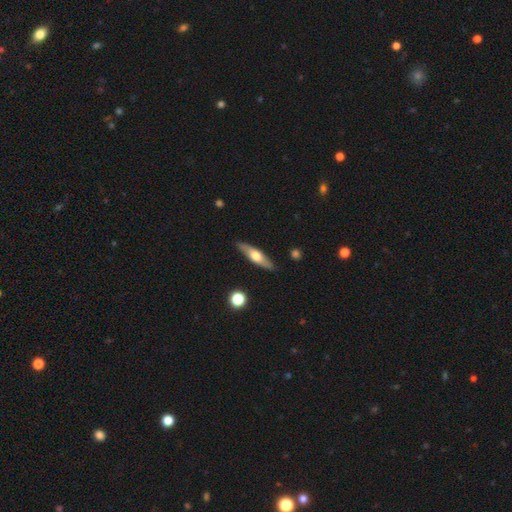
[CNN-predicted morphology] smooth_or_featured: featured or disk (p=0.50) [alt: smooth p=0.45]
merging: none (p=0.87) [alt: minor disturbance p=0.10]